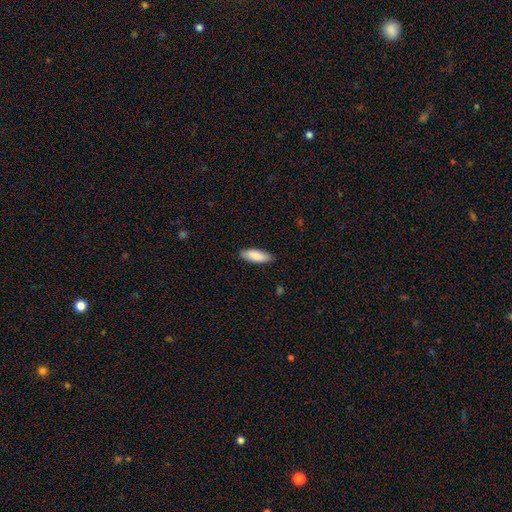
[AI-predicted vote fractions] Smooth or featured? smooth (85%)
How rounded? in between (70%)
Merging? none (87%)